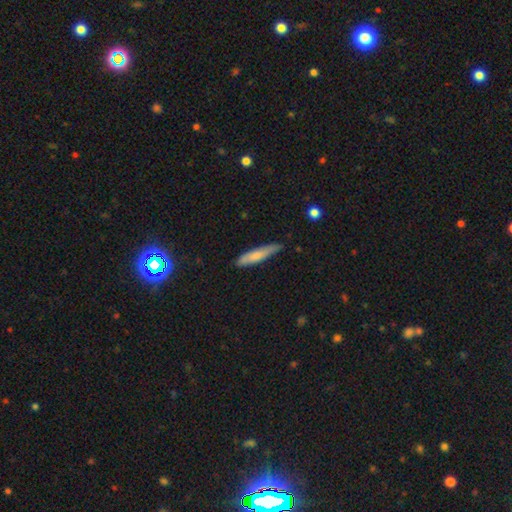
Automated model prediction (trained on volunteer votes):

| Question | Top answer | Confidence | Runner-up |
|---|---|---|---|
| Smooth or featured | smooth | 71% | featured or disk (23%) |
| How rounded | cigar-shaped | 85% | in between (13%) |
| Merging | none | 73% | minor disturbance (22%) |